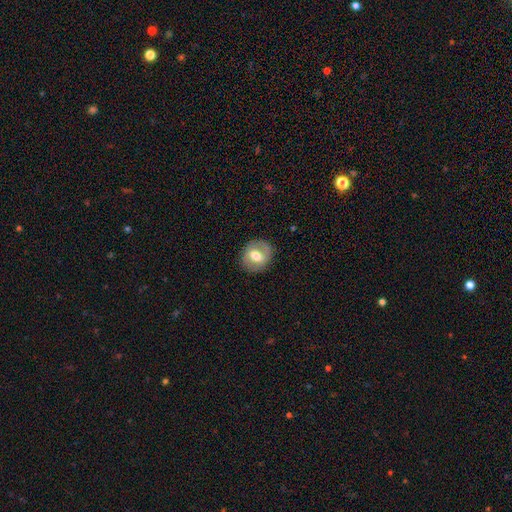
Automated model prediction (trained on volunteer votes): Smooth or featured? Predicted: featured or disk (p=0.48). Merging? Predicted: none (p=0.85).